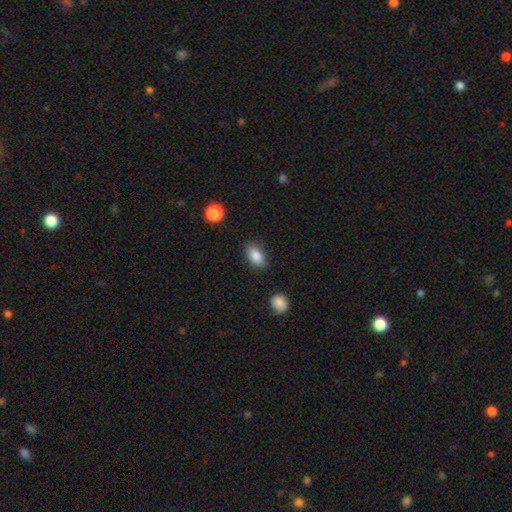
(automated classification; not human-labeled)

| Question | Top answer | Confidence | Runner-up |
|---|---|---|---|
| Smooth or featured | smooth | 86% | star or artifact (8%) |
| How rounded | in between | 90% | round (7%) |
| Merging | none | 85% | minor disturbance (11%) |